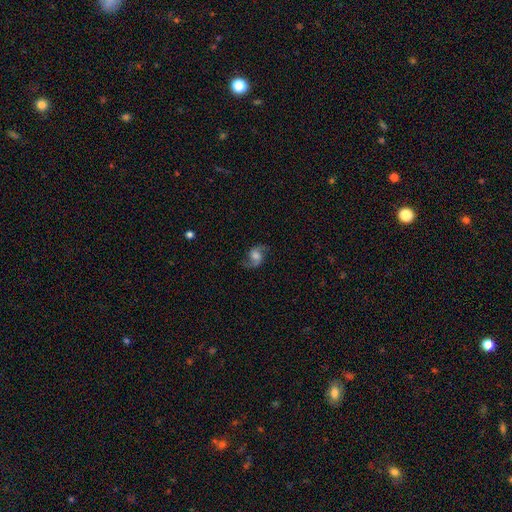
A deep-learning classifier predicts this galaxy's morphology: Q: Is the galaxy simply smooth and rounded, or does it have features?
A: featured or disk — 73%.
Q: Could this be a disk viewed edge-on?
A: no — 97%.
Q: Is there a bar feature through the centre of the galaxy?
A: no — 54%.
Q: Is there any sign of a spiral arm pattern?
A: yes — 94%.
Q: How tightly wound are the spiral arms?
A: loose — 60%.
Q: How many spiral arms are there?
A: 2 — 92%.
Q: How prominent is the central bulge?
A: moderate — 44%.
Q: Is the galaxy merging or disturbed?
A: none — 76%.